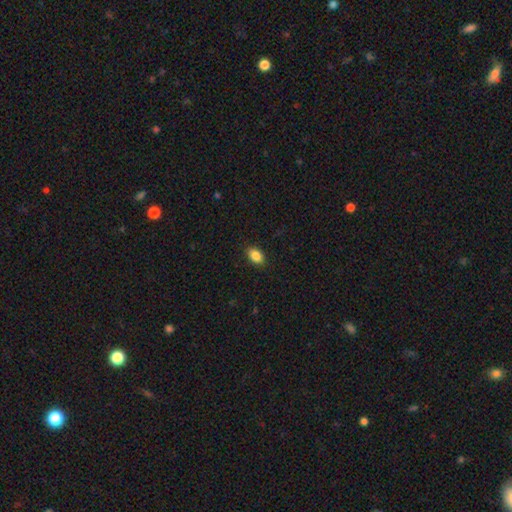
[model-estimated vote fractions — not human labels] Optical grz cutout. It shows a smooth galaxy with no disk features (87%) that is in between round and cigar-shaped (87%). Merging: none (89%).